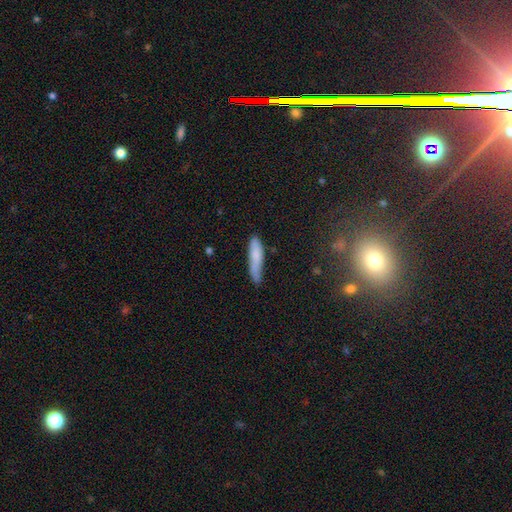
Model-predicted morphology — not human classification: type=smooth (78%); roundness=cigar-shaped (79%); merging=none (62%).